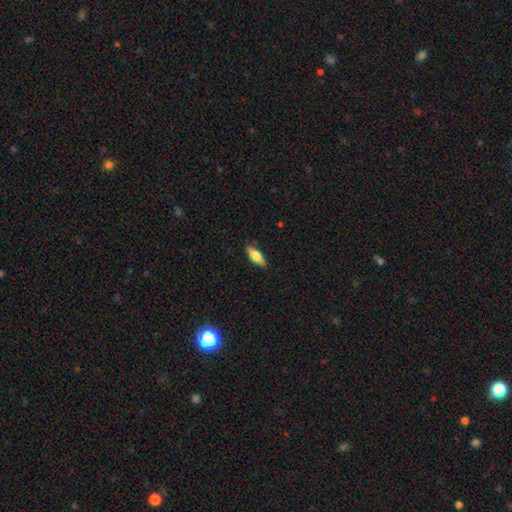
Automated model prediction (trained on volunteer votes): smooth_or_featured: smooth (p=0.67) [alt: featured or disk p=0.26]
how_rounded: in between (p=0.68) [alt: cigar-shaped p=0.29]
merging: none (p=0.86) [alt: minor disturbance p=0.11]